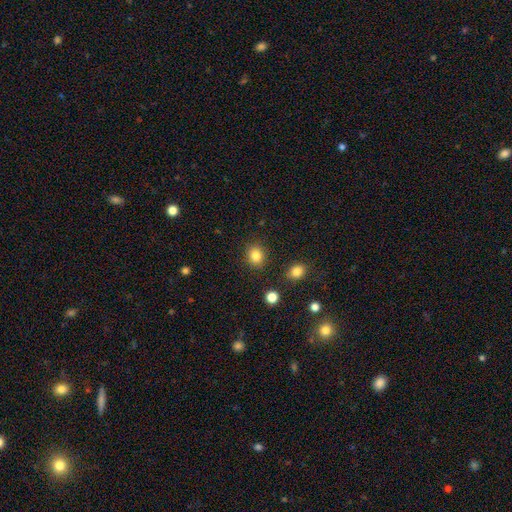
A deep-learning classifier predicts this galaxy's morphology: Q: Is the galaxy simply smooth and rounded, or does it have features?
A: smooth — 84%.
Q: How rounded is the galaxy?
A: round — 78%.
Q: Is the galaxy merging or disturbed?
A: none — 88%.